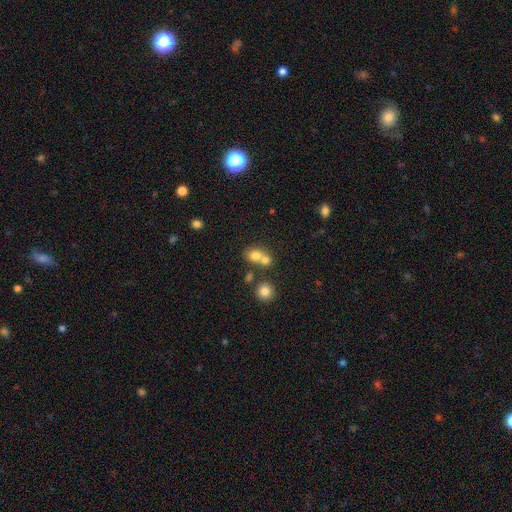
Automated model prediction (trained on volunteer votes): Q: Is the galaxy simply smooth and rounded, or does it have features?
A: smooth — 74%.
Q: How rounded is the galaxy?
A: round — 68%.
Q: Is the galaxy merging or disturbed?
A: merger — 49%.